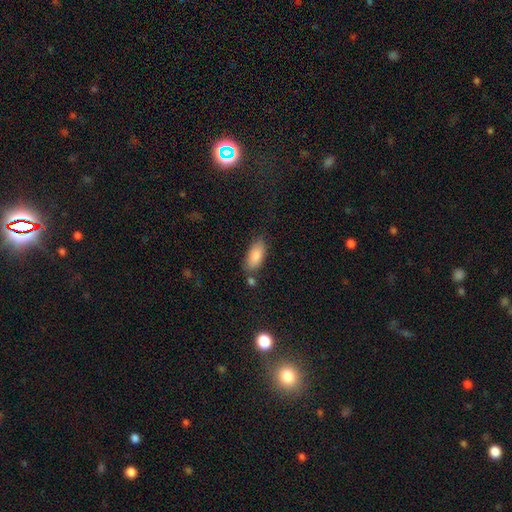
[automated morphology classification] This is clearly a smooth galaxy (86%). How rounded: clearly in between (88%). Merging: likely none (69%).